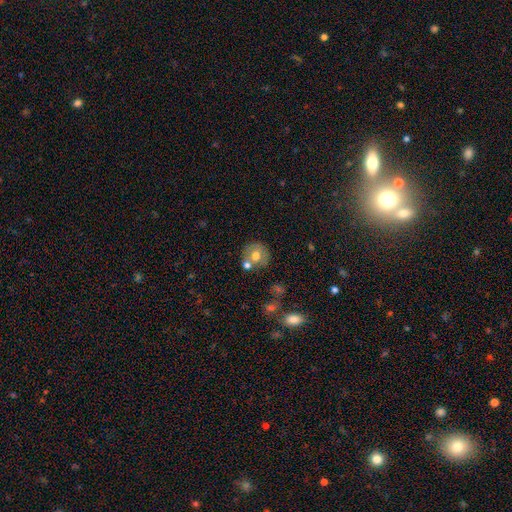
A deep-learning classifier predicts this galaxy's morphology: A smooth galaxy with no disk features (67%) that is round (83%). Merging: none (62%).